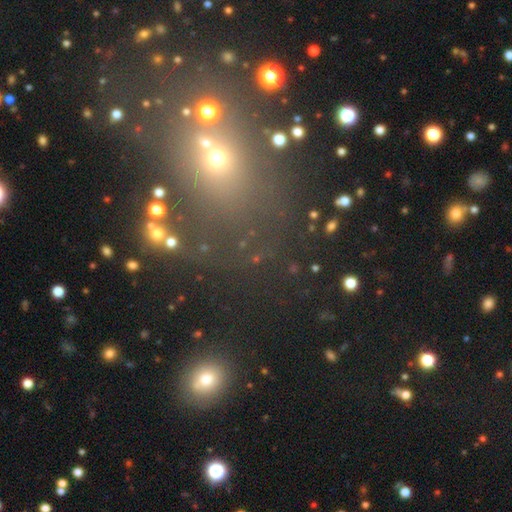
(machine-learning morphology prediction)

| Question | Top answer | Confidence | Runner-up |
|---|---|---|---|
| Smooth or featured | smooth | 45% | star or artifact (42%) |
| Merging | none | 70% | merger (13%) |